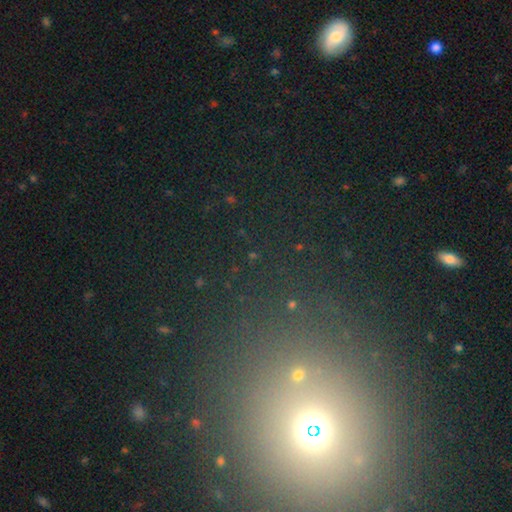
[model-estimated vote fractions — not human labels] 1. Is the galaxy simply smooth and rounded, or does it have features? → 66% star or artifact, 23% smooth, 11% featured or disk.